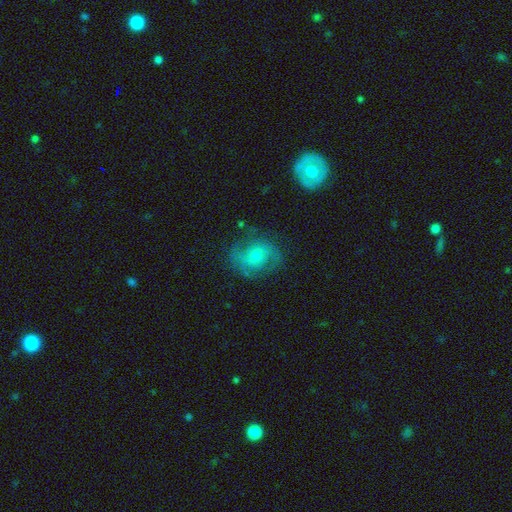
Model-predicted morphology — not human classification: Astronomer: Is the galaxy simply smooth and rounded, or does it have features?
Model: featured or disk — 62%.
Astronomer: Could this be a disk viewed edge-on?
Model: no — 97%.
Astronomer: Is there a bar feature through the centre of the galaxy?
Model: no — 58% (runner-up: weak, 34%).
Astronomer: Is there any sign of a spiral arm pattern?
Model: yes — 84%.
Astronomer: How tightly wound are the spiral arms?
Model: medium — 47% (runner-up: loose, 29%).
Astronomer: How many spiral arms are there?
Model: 2 — 79%.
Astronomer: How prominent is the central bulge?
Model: moderate — 52% (runner-up: small, 43%).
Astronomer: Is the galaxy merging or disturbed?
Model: none — 71%.